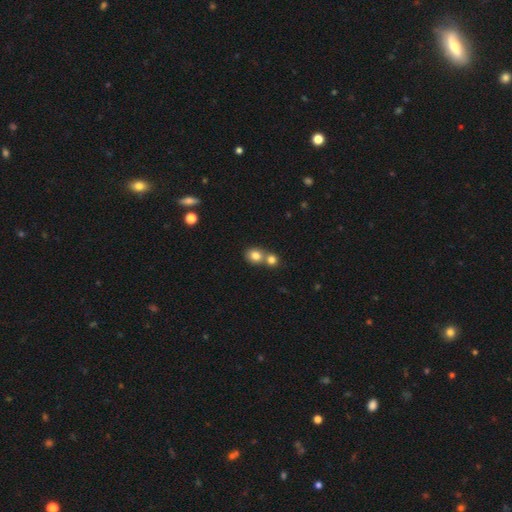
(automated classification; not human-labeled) The model was most divided on "merging": merger: 50%, none: 41%, minor disturbance: 6%, major disturbance: 2%. More confident: smooth or featured — smooth (81%); how rounded — round (74%).